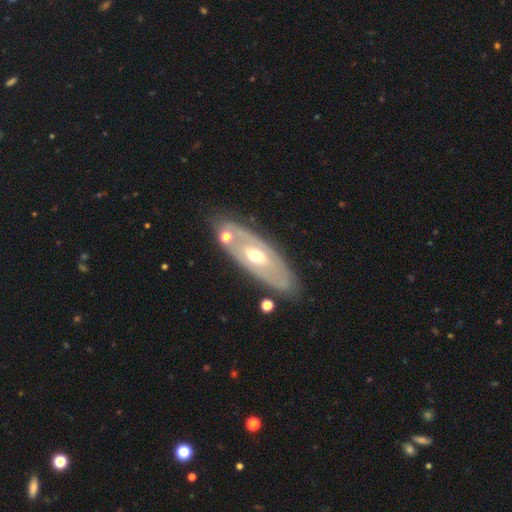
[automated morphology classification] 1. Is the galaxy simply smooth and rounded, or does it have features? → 67% featured or disk, 27% smooth, 5% star or artifact.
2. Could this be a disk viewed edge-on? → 77% no, 23% yes.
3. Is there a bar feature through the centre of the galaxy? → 74% no, 19% weak, 7% strong.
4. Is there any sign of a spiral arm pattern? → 71% no, 29% yes.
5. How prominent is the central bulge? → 70% moderate, 21% small, 7% large, 1% none, 1% dominant.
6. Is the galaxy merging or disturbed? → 77% none, 14% minor disturbance, 5% merger, 4% major disturbance.